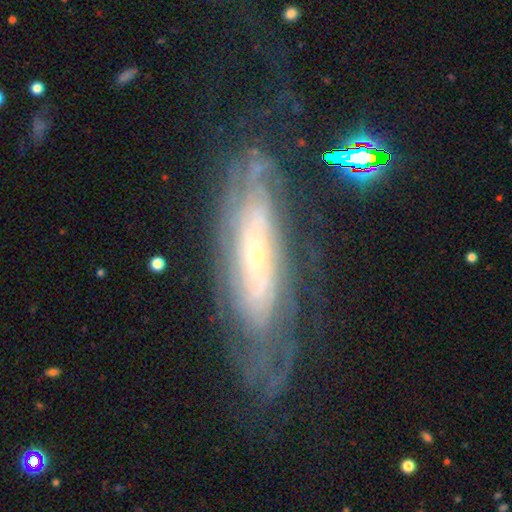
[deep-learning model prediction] featured or disk 81%, smooth 12%, star or artifact 8%. Down the decision tree: edge-on disk — no (77%); bar — no (65%); spiral arms — yes (88%); spiral arm count — can't tell (61%); spiral winding — tight (72%); bulge size — small (74%); merging — none (67%).